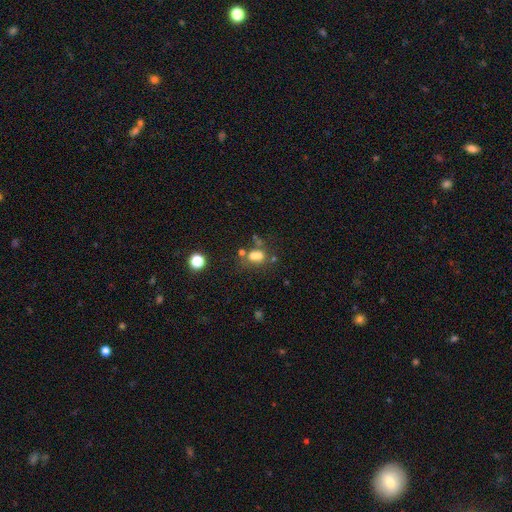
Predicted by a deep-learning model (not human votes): Overall: smooth (62%). How rounded: round (59%; in between 39%). Merging: merger (44%; none 36%).